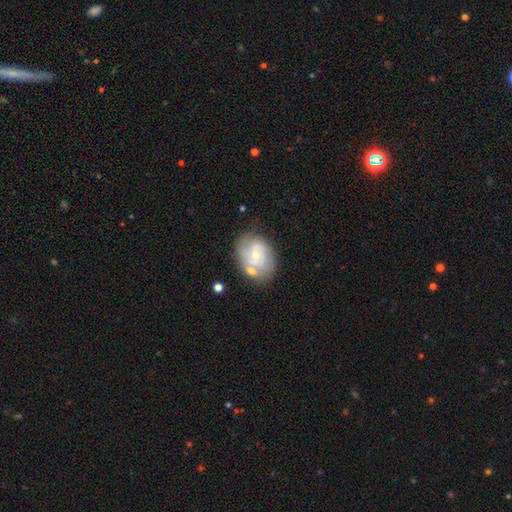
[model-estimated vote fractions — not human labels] Overall: featured or disk (65%; smooth 28%). Edge-on disk: no (97%). Bar: no (65%; weak 30%). Spiral arms: yes (76%). Bulge size: small (69%). Merging: none (57%; minor disturbance 21%).